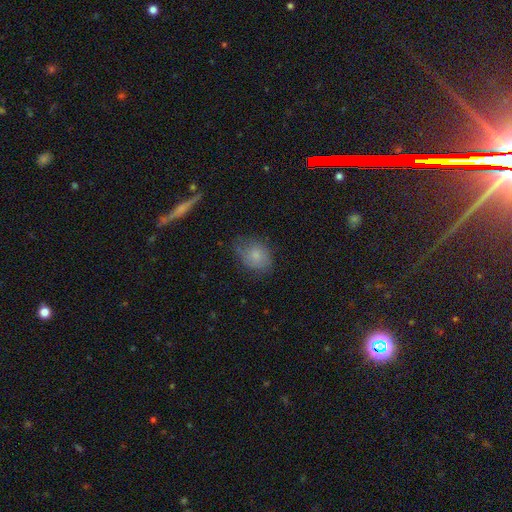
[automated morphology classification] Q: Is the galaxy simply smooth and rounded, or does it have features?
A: smooth — 77%.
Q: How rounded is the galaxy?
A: in between — 60%.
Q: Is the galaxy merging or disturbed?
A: none — 57%.